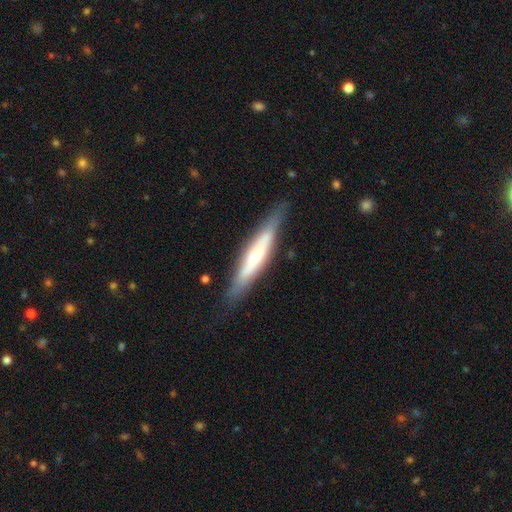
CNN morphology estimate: Smooth or featured: featured or disk — 50% (smooth — 45%)
Merging: none — 82% (minor disturbance — 14%)